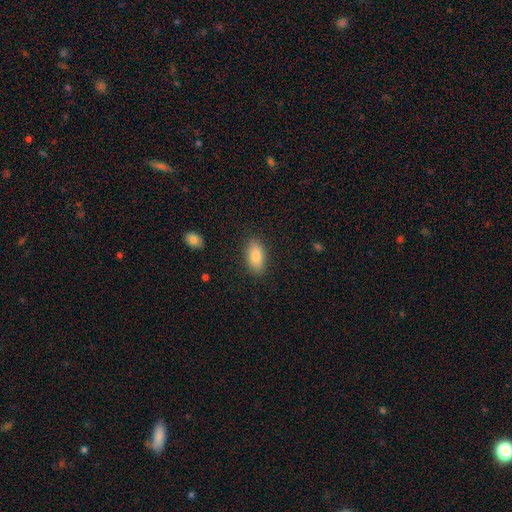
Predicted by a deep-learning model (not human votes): The model was most divided on "smooth or featured": smooth: 85%, featured or disk: 9%, star or artifact: 7%. More confident: merging — none (87%); how rounded — in between (87%).